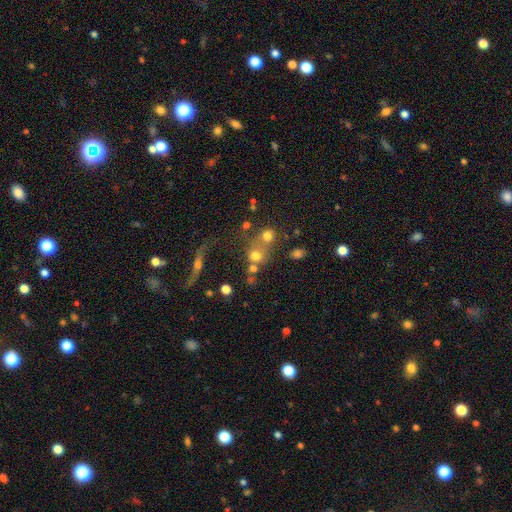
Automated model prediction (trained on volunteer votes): Smooth or featured?
  - smooth: 68% *
  - star or artifact: 17%
  - featured or disk: 15%
How rounded?
  - round: 84% *
  - in between: 14%
  - cigar-shaped: 2%
Merging?
  - none: 45% *
  - merger: 38%
  - minor disturbance: 9%
  - major disturbance: 8%